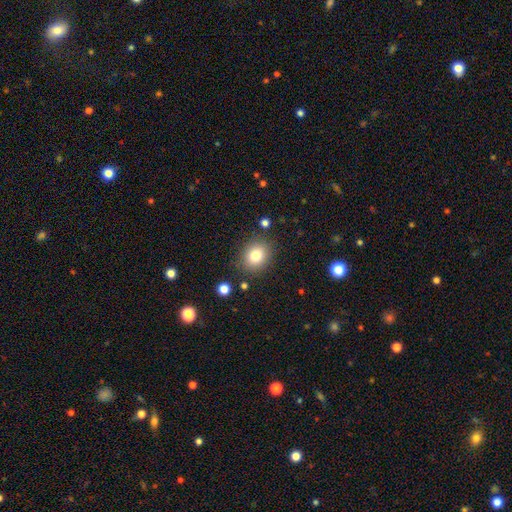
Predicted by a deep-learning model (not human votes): smooth-or-featured: smooth: 80% | star or artifact: 11% | featured or disk: 9%
  how-rounded: round: 65% | in between: 34% | cigar-shaped: 1%
  merging: none: 84% | minor disturbance: 10% | major disturbance: 3% | merger: 3%